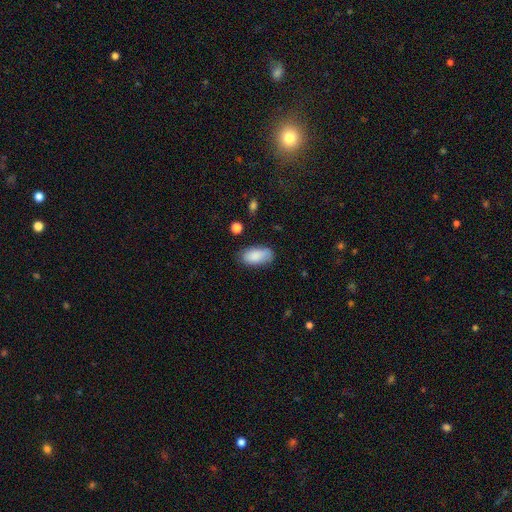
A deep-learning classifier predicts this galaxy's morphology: Smooth or featured? Predicted: smooth (p=0.86). How rounded? Predicted: in between (p=0.92). Merging? Predicted: none (p=0.71).